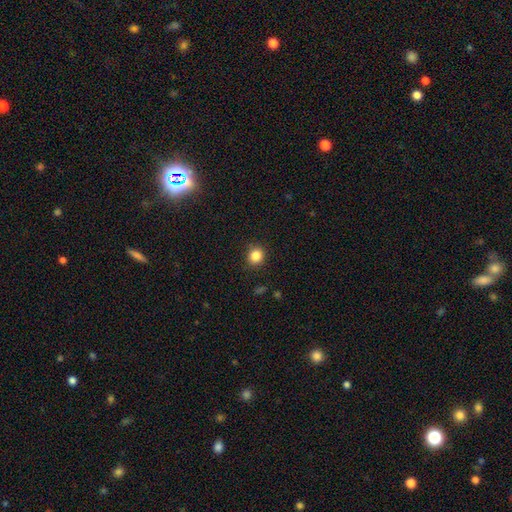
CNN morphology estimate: smooth-or-featured: smooth: 85% | star or artifact: 11% | featured or disk: 4%
  how-rounded: round: 84% | in between: 15% | cigar-shaped: 1%
  merging: none: 89% | minor disturbance: 8% | major disturbance: 2% | merger: 1%